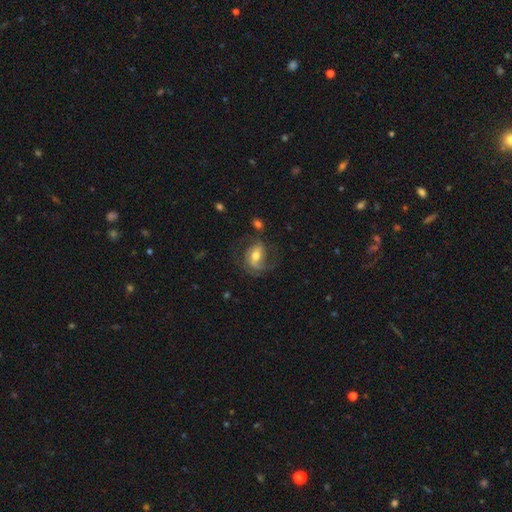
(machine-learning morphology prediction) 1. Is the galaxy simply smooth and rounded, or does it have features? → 63% featured or disk, 29% smooth, 8% star or artifact.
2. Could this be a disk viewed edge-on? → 95% no, 5% yes.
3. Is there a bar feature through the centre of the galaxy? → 42% weak, 32% strong, 26% no.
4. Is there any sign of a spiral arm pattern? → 84% yes, 16% no.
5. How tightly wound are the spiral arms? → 45% medium, 34% loose, 21% tight.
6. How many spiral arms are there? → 62% 2, 17% 1, 13% can't tell, 5% 3, 2% 4, 1% more than 4.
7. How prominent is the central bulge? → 65% moderate, 19% small, 13% large, 2% none, 2% dominant.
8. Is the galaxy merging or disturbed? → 53% none, 22% major disturbance, 21% minor disturbance, 4% merger.